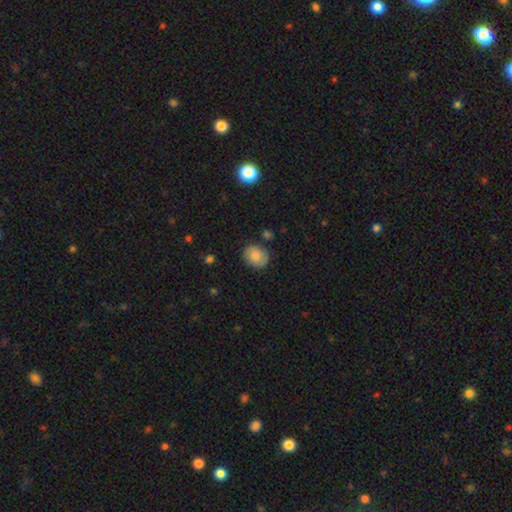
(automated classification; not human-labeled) Smooth or featured? smooth (65%)
How rounded? round (64%)
Merging? none (80%)